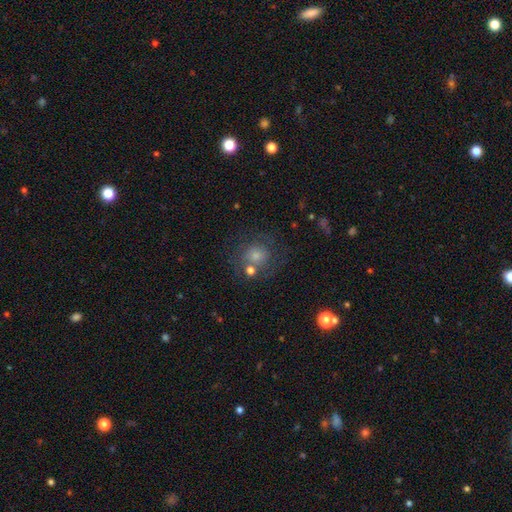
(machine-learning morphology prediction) A smooth galaxy with no disk features (43%).

Vote fractions:
- Smooth or featured? smooth: 43% / featured or disk: 34% / star or artifact: 23%
- Merging? none: 68% / minor disturbance: 13% / major disturbance: 9% / merger: 9%